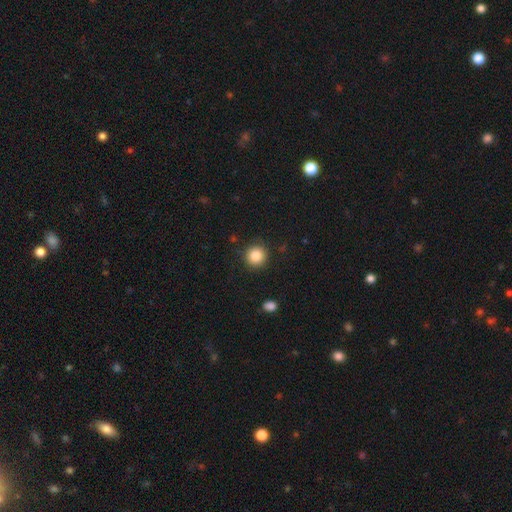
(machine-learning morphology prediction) Smooth or featured? Predicted: smooth (p=0.85). How rounded? Predicted: round (p=0.94). Merging? Predicted: none (p=0.90).